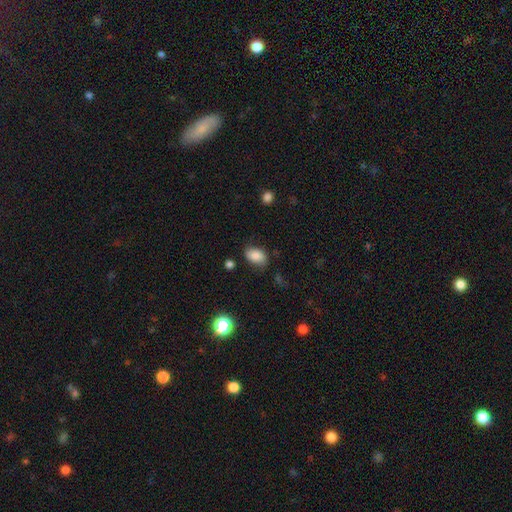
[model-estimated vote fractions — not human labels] This is likely a smooth galaxy (79%). How rounded: clearly in between (86%). Merging: likely none (70%).